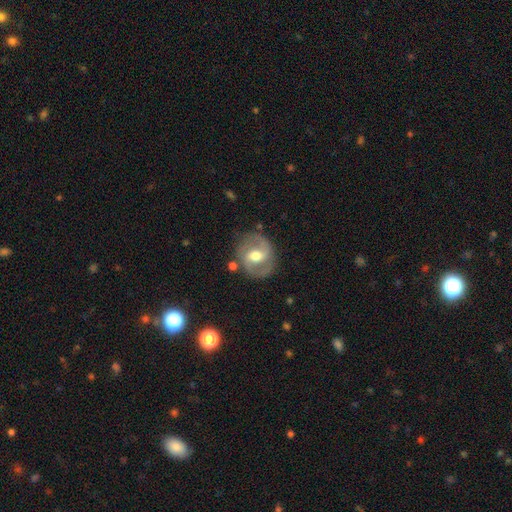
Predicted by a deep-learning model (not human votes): A featured or disk galaxy (74%) with a weak bar (47%), 2 (87%) medium (53%) spiral arms (81%) and a moderate central bulge (72%).

Vote fractions:
- Smooth or featured? featured or disk: 74% / smooth: 20% / star or artifact: 6%
- Edge-on disk? no: 97% / yes: 3%
- Bar? weak: 47% / strong: 30% / no: 23%
- Spiral arms? yes: 81% / no: 19%
- Spiral winding? medium: 53% / tight: 28% / loose: 19%
- Spiral arm count? 2: 87% / can't tell: 7% / 1: 3% / 3: 1% / 4: 1% / more than 4: 1%
- Bulge size? moderate: 72% / small: 13% / large: 12% / none: 1% / dominant: 1%
- Merging? none: 79% / minor disturbance: 14% / major disturbance: 5% / merger: 2%